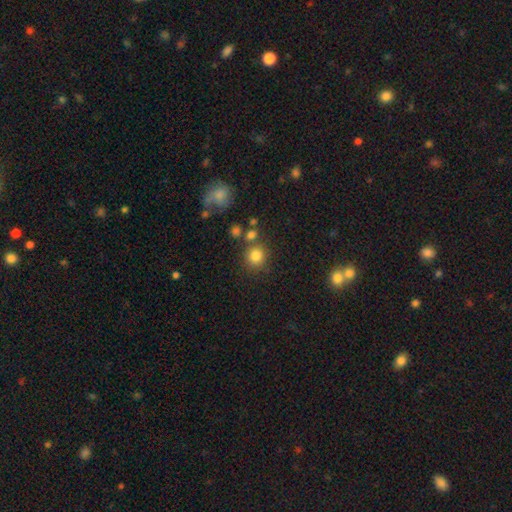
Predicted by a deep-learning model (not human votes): Smooth or featured?
  - smooth: 81% *
  - star or artifact: 12%
  - featured or disk: 7%
How rounded?
  - round: 87% *
  - in between: 12%
  - cigar-shaped: 1%
Merging?
  - none: 74% *
  - merger: 11%
  - minor disturbance: 10%
  - major disturbance: 4%